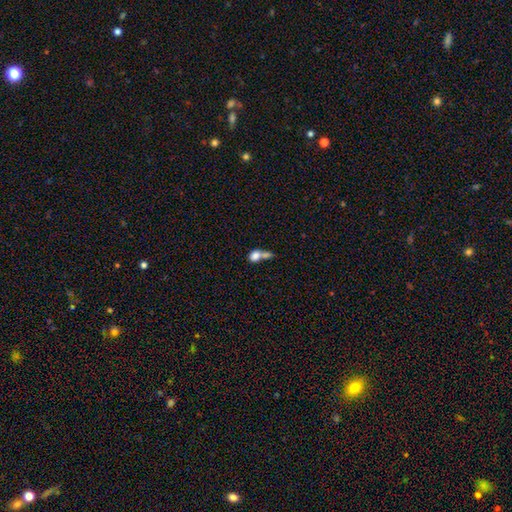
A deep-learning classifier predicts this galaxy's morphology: Smooth or featured? smooth (78%)
How rounded? in between (53%)
Merging? merger (67%)